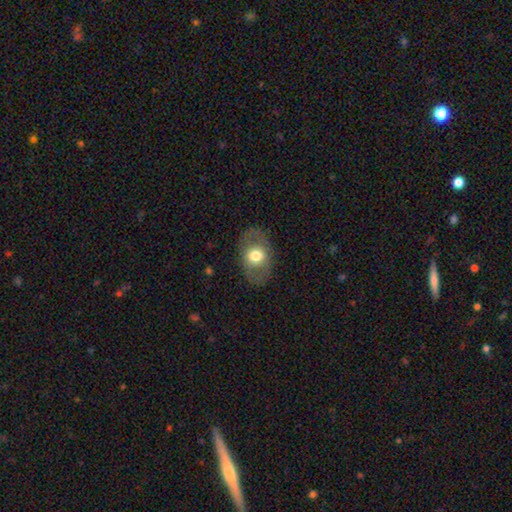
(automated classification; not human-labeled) smooth_or_featured: smooth (p=0.57) [alt: featured or disk p=0.36]
how_rounded: in between (p=0.76) [alt: round p=0.23]
merging: none (p=0.81) [alt: minor disturbance p=0.12]